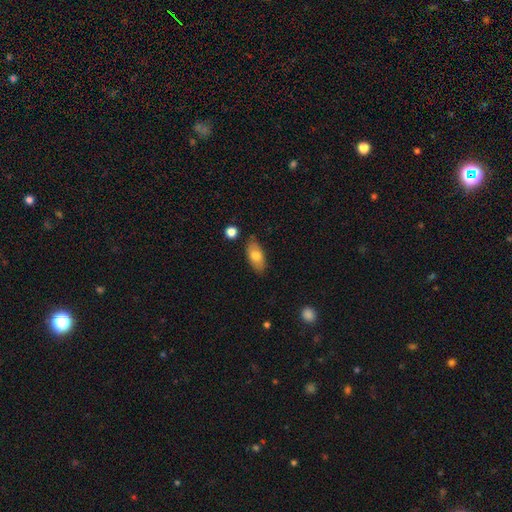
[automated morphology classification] Smooth or featured: smooth — 74% (featured or disk — 19%)
How rounded: in between — 89% (cigar-shaped — 7%)
Merging: none — 81% (minor disturbance — 13%)